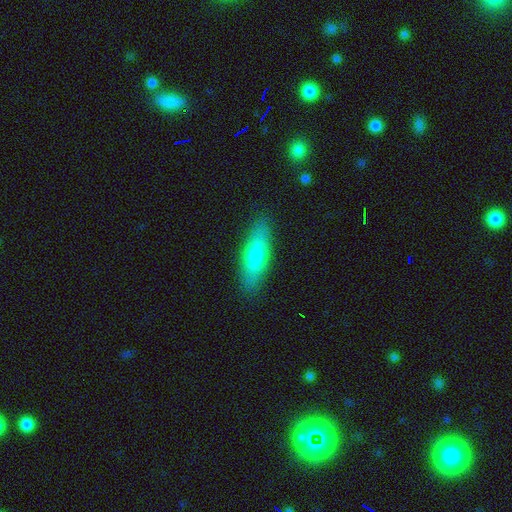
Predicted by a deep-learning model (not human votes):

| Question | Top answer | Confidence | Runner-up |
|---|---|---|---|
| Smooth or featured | smooth | 69% | featured or disk (24%) |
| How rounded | in between | 50% | cigar-shaped (46%) |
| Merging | none | 87% | minor disturbance (9%) |